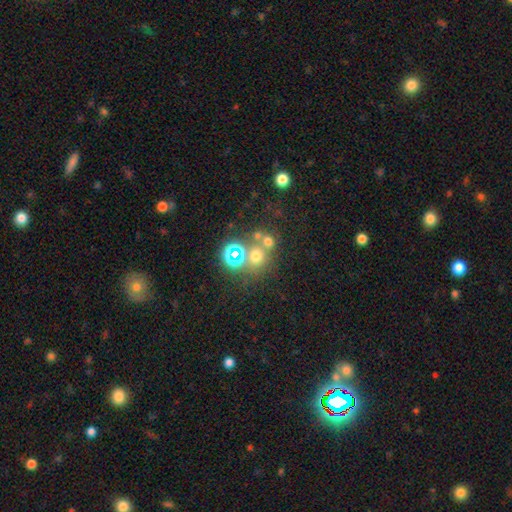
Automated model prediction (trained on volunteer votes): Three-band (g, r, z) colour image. It shows a smooth galaxy with no disk features (56%) that is round (83%). Merging: none (58%).